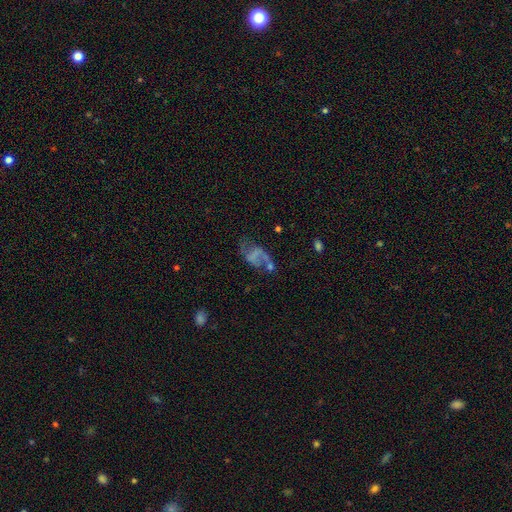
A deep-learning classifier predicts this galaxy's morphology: smooth_or_featured: featured or disk (p=0.60) [alt: smooth p=0.26]
disk_edge_on: no (p=0.97) [alt: yes p=0.03]
bar: no (p=0.53) [alt: weak p=0.31]
has_spiral_arms: yes (p=0.62) [alt: no p=0.38]
bulge_size: none (p=0.74) [alt: small p=0.13]
merging: major disturbance (p=0.34) [alt: none p=0.33]